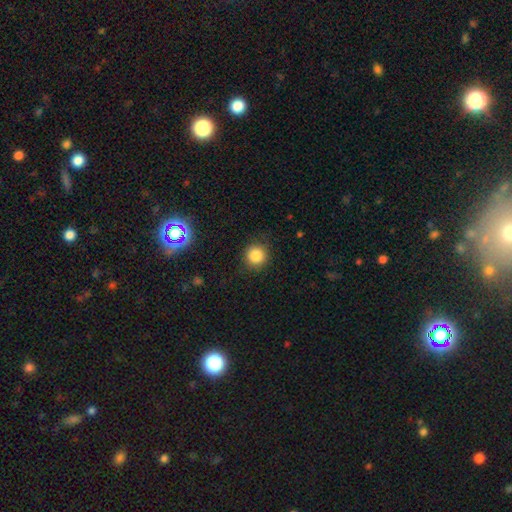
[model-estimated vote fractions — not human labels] The model was most divided on "smooth or featured": smooth: 84%, star or artifact: 11%, featured or disk: 4%. More confident: how rounded — round (92%); merging — none (87%).